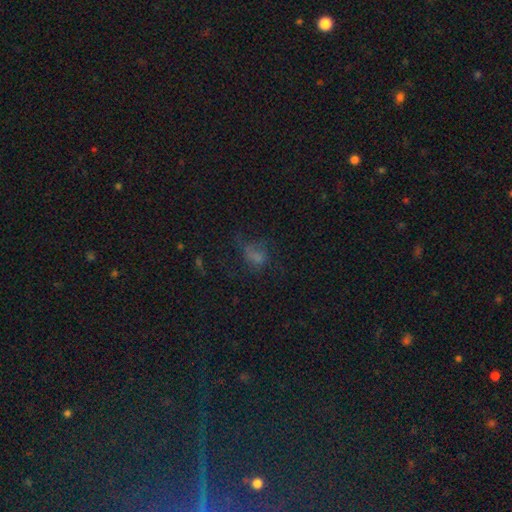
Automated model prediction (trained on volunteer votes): Smooth or featured?
  - smooth: 51% *
  - star or artifact: 26%
  - featured or disk: 23%
How rounded?
  - in between: 62% *
  - round: 35%
  - cigar-shaped: 3%
Merging?
  - major disturbance: 39% *
  - none: 37%
  - minor disturbance: 21%
  - merger: 4%